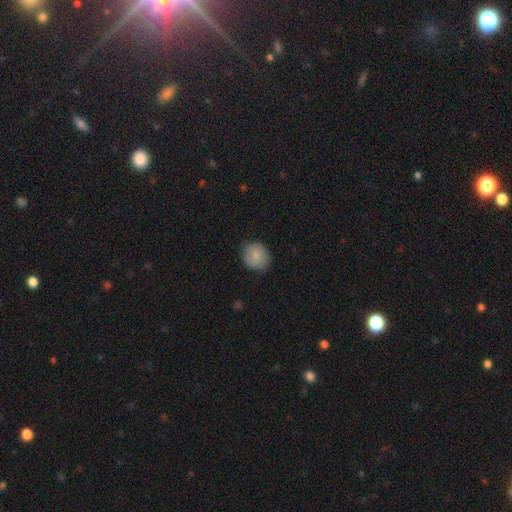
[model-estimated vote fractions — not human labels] Smooth or featured?
  - smooth: 84% *
  - featured or disk: 9%
  - star or artifact: 7%
How rounded?
  - round: 75% *
  - in between: 24%
  - cigar-shaped: 1%
Merging?
  - none: 82% *
  - minor disturbance: 14%
  - major disturbance: 3%
  - merger: 1%